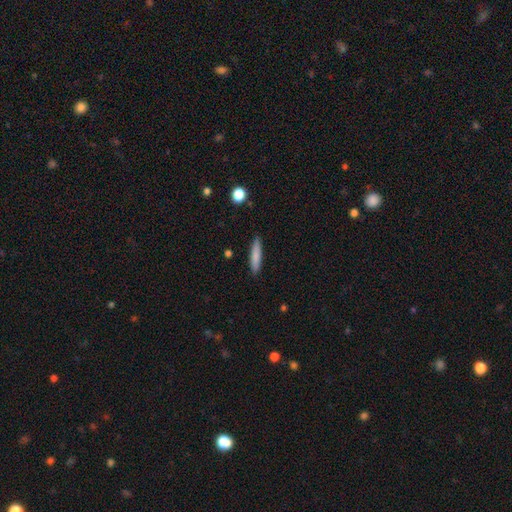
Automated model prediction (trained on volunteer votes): Smooth or featured? smooth (81%)
How rounded? cigar-shaped (86%)
Merging? none (88%)